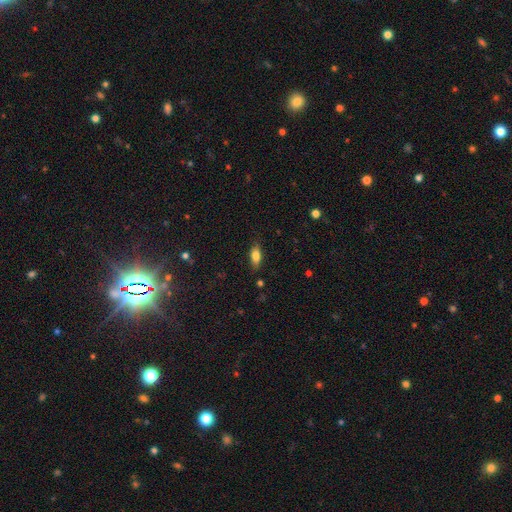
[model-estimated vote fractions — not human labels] A smooth galaxy with no disk features (79%) that is in between round and cigar-shaped (81%). Merging: none (82%).